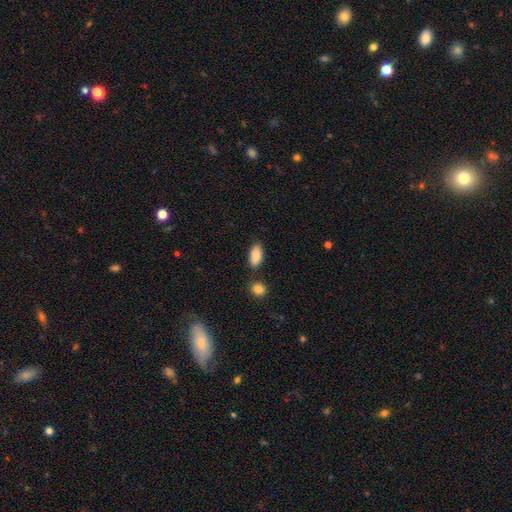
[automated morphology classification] Smooth or featured?
  - smooth: 86% *
  - featured or disk: 7%
  - star or artifact: 7%
How rounded?
  - in between: 91% *
  - cigar-shaped: 6%
  - round: 3%
Merging?
  - none: 80% *
  - minor disturbance: 12%
  - merger: 5%
  - major disturbance: 3%